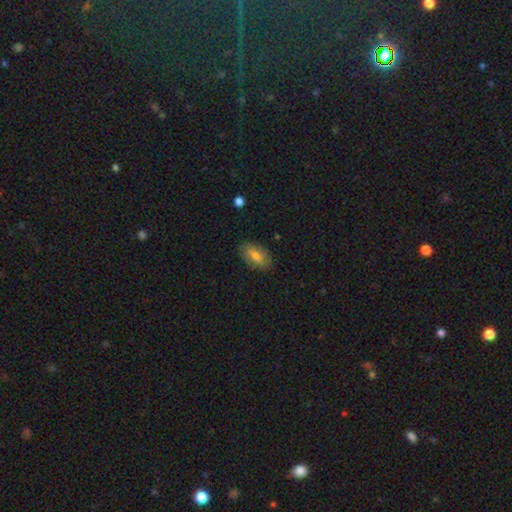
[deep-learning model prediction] Overall: smooth (73%). How rounded: in between (90%). Merging: none (84%).